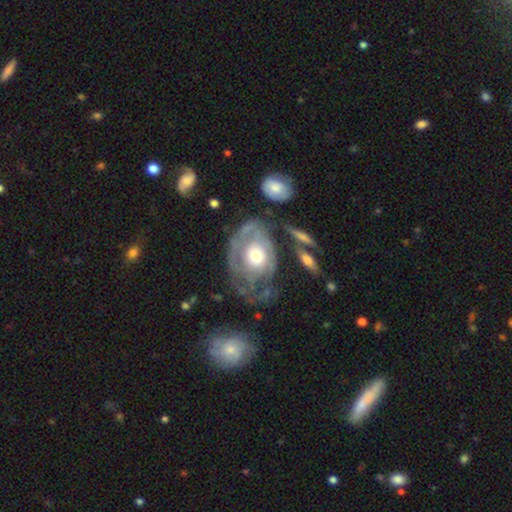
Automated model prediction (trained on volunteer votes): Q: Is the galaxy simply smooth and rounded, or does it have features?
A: featured or disk — 72%.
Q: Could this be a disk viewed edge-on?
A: no — 95%.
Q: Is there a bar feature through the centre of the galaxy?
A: no — 83%.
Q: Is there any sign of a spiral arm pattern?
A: yes — 62%.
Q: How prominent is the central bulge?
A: moderate — 59%.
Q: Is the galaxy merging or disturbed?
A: none — 43%.